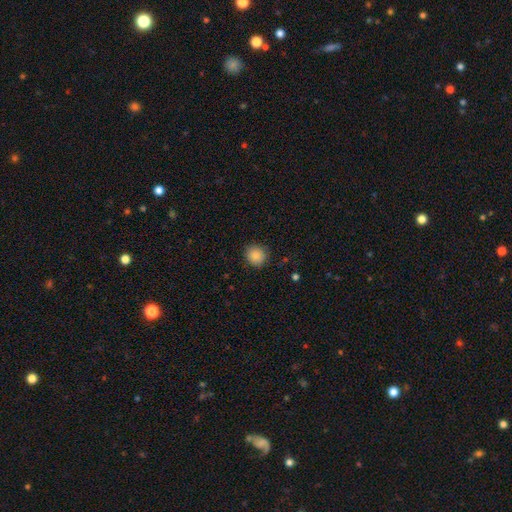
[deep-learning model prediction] A smooth galaxy with no disk features (85%) that is round (90%). Merging: none (87%).